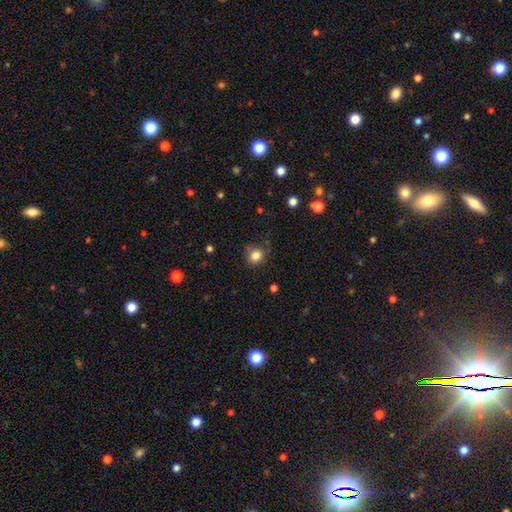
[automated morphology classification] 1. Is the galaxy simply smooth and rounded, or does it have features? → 83% smooth, 12% star or artifact, 6% featured or disk.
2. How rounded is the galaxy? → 82% round, 17% in between, 1% cigar-shaped.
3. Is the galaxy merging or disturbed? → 74% none, 19% minor disturbance, 5% major disturbance, 2% merger.